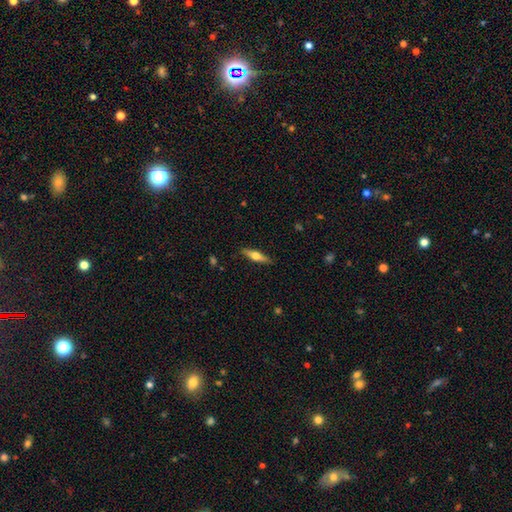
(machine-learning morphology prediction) Smooth or featured? Predicted: featured or disk (p=0.52). Edge-on disk? Predicted: yes (p=0.94). Merging? Predicted: none (p=0.88).